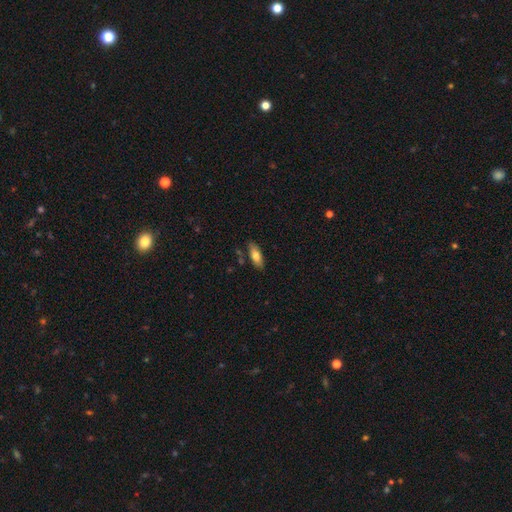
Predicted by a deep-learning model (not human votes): This is likely a smooth galaxy (76%). How rounded: likely in between (71%). Merging: clearly none (81%).